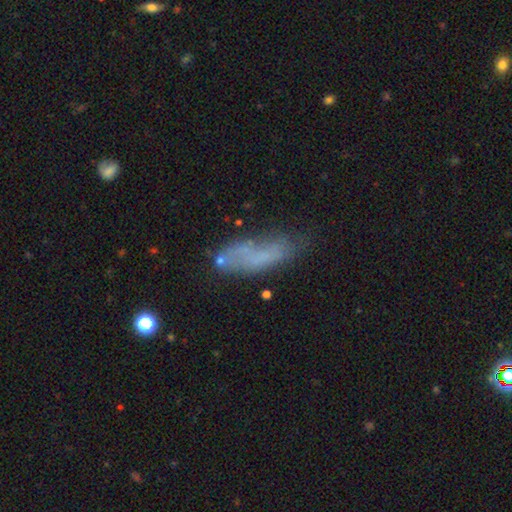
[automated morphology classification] Smooth or featured: smooth — 56% (featured or disk — 30%)
How rounded: in between — 51% (cigar-shaped — 46%)
Merging: none — 46% (minor disturbance — 28%)